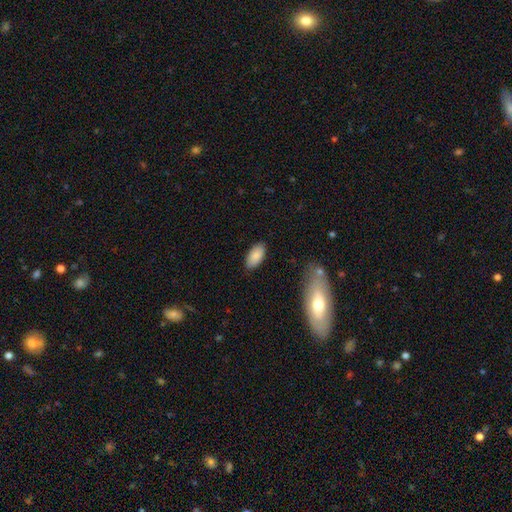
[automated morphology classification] This appears to be a smooth galaxy with no disk features (87%) that is in between round and cigar-shaped (93%). Merging: none (86%).